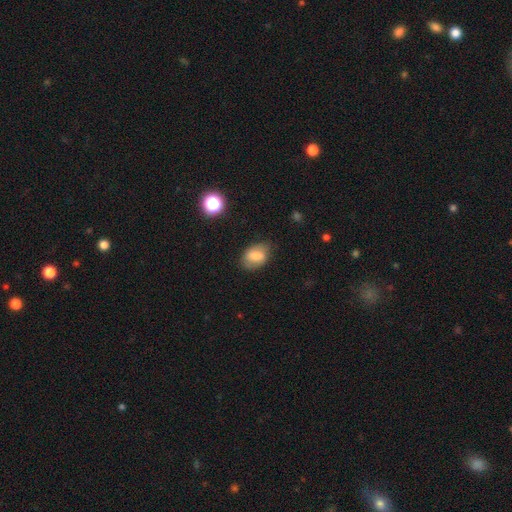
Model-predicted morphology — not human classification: A smooth galaxy with no disk features (74%) that is in between round and cigar-shaped (85%). Merging: none (73%).